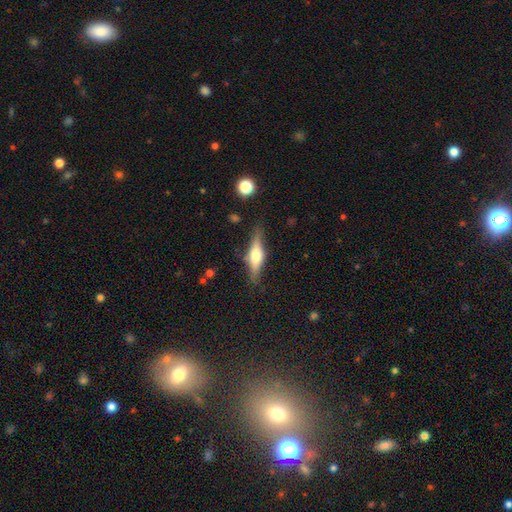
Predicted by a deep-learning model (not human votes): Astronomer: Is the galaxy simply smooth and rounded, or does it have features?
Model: featured or disk — 53% (runner-up: smooth, 39%).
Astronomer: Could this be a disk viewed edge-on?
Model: yes — 93%.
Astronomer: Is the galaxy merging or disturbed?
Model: none — 79%.